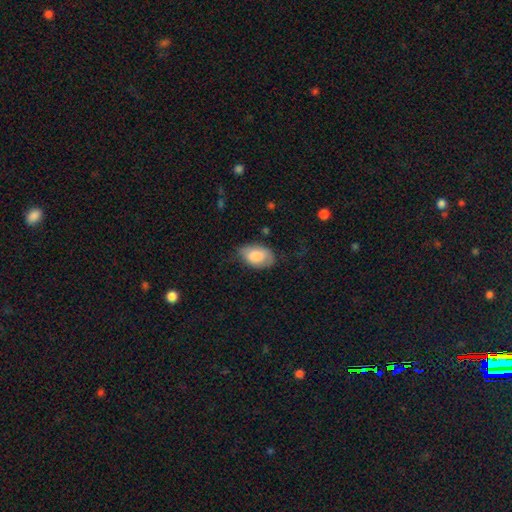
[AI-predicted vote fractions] smooth_or_featured: smooth (p=0.81) [alt: featured or disk p=0.13]
how_rounded: in between (p=0.92) [alt: round p=0.07]
merging: none (p=0.59) [alt: minor disturbance p=0.31]